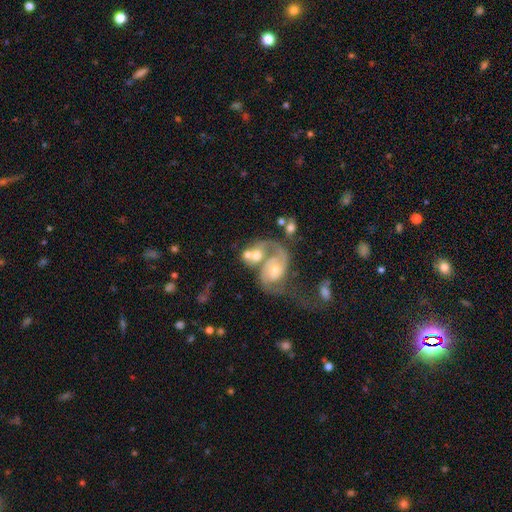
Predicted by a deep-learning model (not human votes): smooth_or_featured: featured or disk (p=0.75) [alt: smooth p=0.17]
disk_edge_on: no (p=0.97) [alt: yes p=0.03]
bar: no (p=0.67) [alt: weak p=0.26]
has_spiral_arms: yes (p=0.85) [alt: no p=0.15]
spiral_winding: medium (p=0.42) [alt: loose p=0.31]
spiral_arm_count: 2 (p=0.58) [alt: 1 p=0.24]
bulge_size: moderate (p=0.52) [alt: small p=0.37]
merging: merger (p=0.62) [alt: none p=0.16]